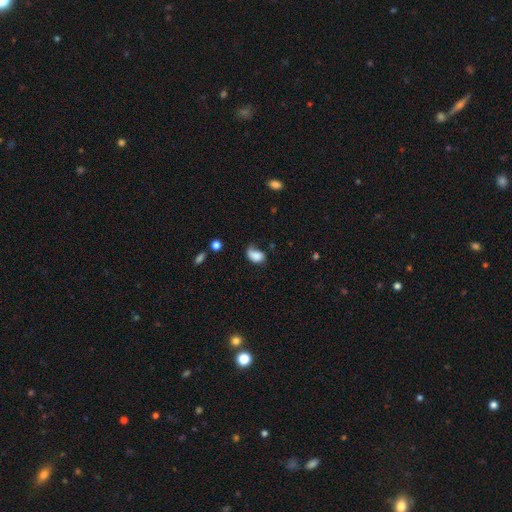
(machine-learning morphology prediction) Smooth or featured? smooth (76%)
How rounded? in between (81%)
Merging? minor disturbance (34%)